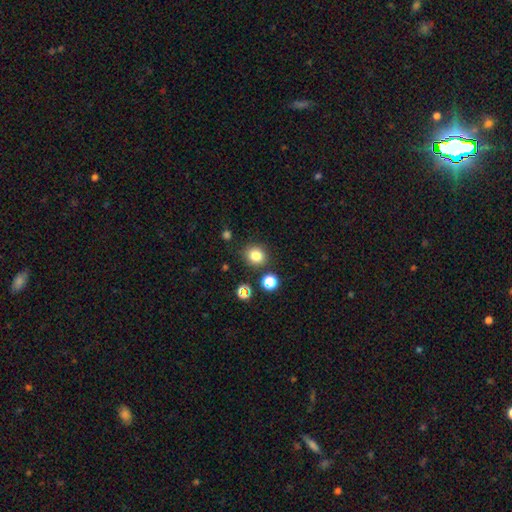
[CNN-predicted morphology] Smooth or featured? smooth (81%)
How rounded? round (82%)
Merging? none (83%)